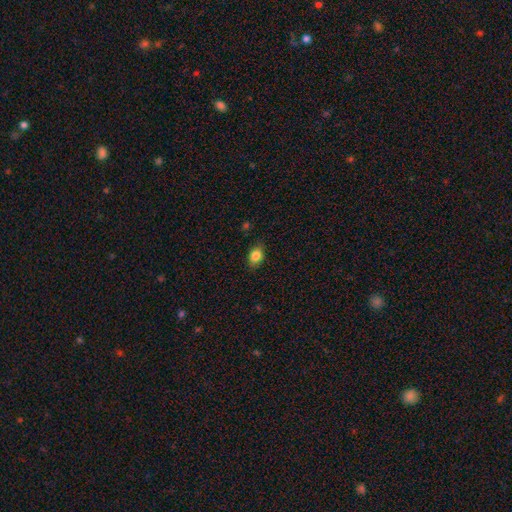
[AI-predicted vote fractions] Overall: smooth (83%). How rounded: in between (75%). Merging: none (82%).